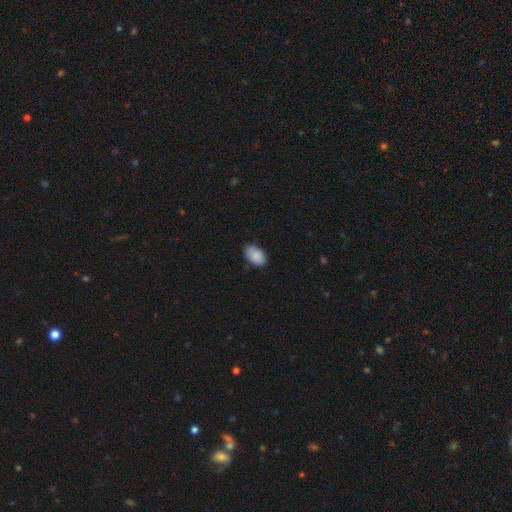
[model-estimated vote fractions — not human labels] This is clearly a smooth galaxy (88%). How rounded: clearly in between (92%). Merging: likely none (79%).